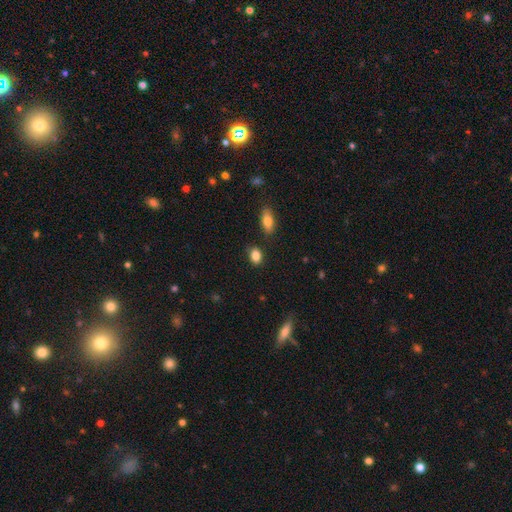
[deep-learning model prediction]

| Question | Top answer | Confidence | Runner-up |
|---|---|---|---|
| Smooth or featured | smooth | 86% | star or artifact (9%) |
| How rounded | in between | 71% | round (27%) |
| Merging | none | 82% | minor disturbance (12%) |